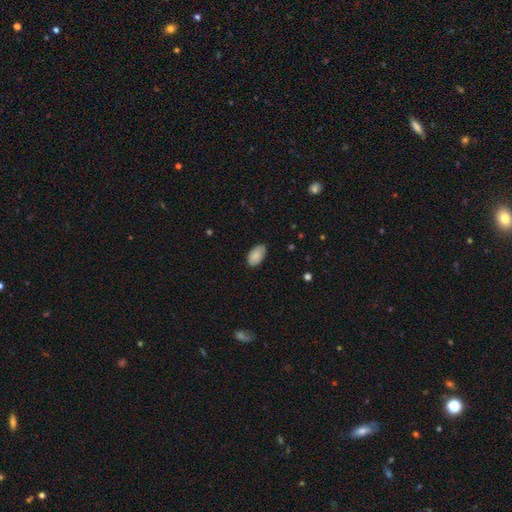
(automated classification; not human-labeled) The model was most divided on "merging": none: 78%, minor disturbance: 18%, major disturbance: 3%, merger: 1%. More confident: how rounded — in between (94%); smooth or featured — smooth (84%).